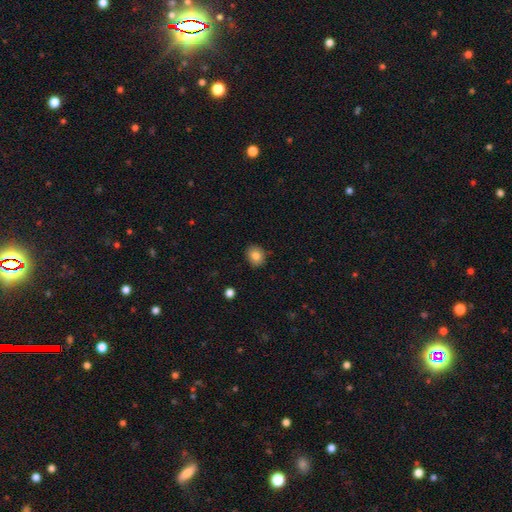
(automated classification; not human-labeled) Smooth or featured: smooth — 82% (star or artifact — 9%)
How rounded: round — 67% (in between — 32%)
Merging: none — 87% (minor disturbance — 10%)